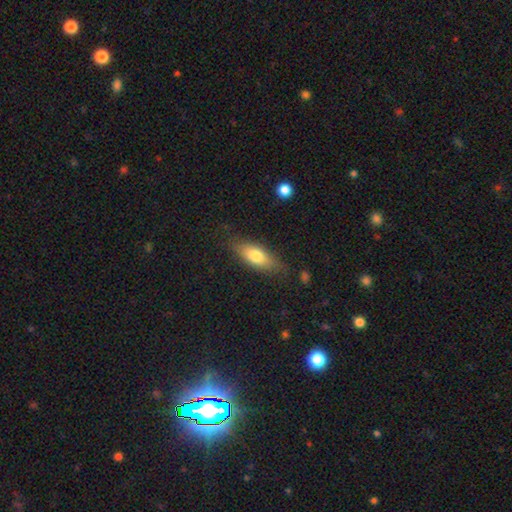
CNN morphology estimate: This appears to be a smooth galaxy with no disk features (73%) that is in between round and cigar-shaped (73%). Merging: none (77%).